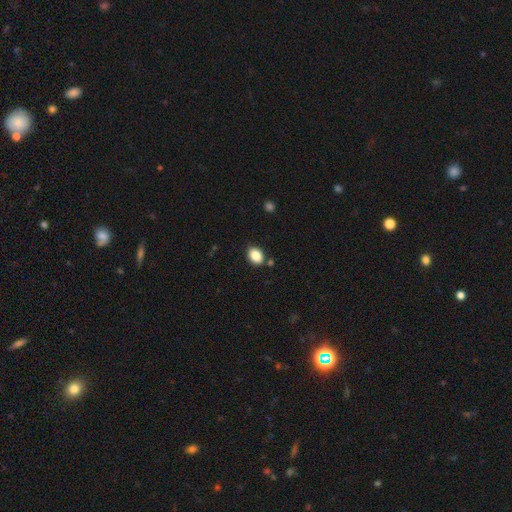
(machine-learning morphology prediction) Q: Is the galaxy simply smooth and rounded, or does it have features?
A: smooth — 86%.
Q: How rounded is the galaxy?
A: in between — 72%.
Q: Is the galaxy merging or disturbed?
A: none — 81%.